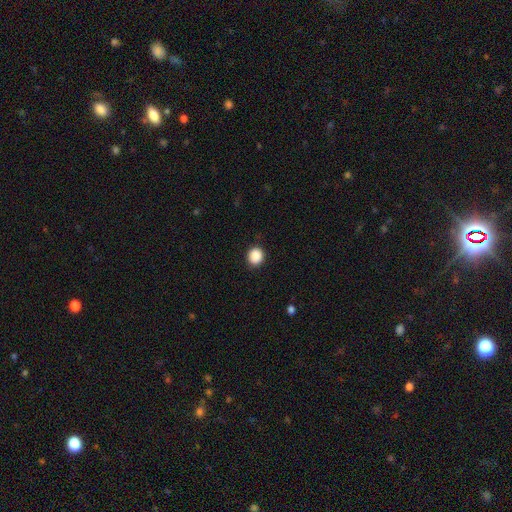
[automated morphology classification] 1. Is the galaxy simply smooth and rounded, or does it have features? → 89% smooth, 9% star or artifact, 2% featured or disk.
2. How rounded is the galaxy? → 83% round, 16% in between, 1% cigar-shaped.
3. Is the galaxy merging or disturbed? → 90% none, 7% minor disturbance, 2% major disturbance, 1% merger.